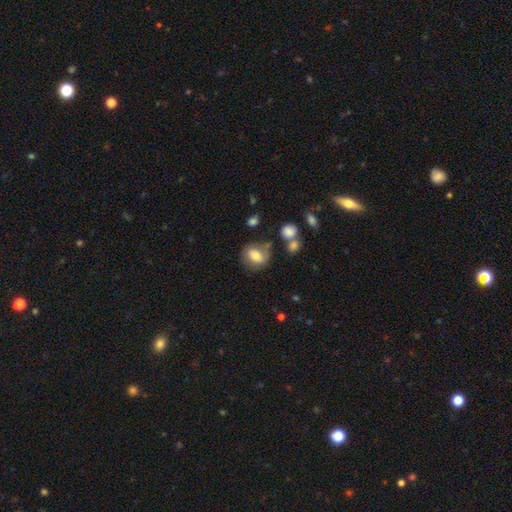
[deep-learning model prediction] The model was most divided on "how rounded": in between: 53%, round: 46%, cigar-shaped: 1%. More confident: smooth or featured — smooth (70%); merging — none (60%).